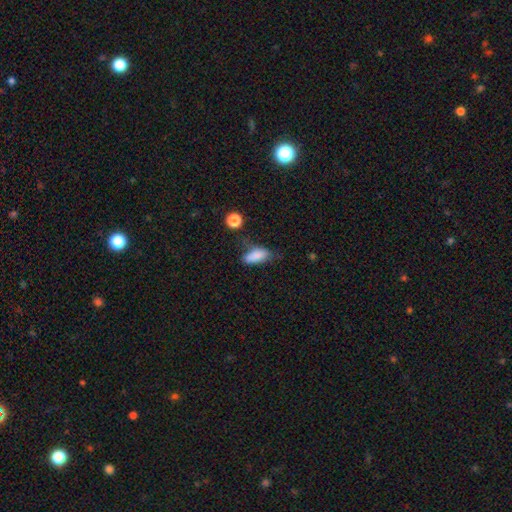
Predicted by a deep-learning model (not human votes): The model was most divided on "merging": none: 48%, minor disturbance: 34%, major disturbance: 13%, merger: 5%. More confident: smooth or featured — smooth (84%); how rounded — in between (81%).